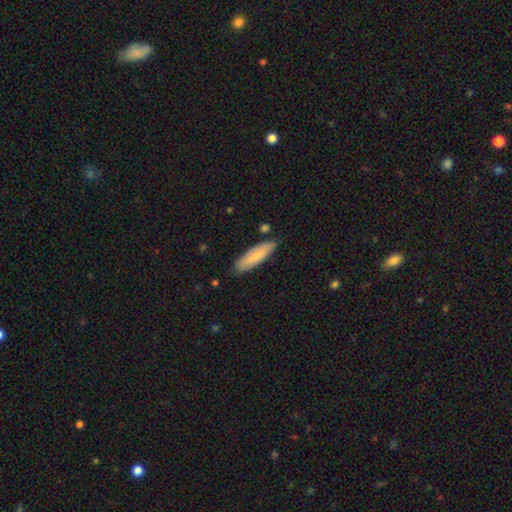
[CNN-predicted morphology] A smooth galaxy with no disk features (79%) that is cigar-shaped (59%). Merging: none (81%).